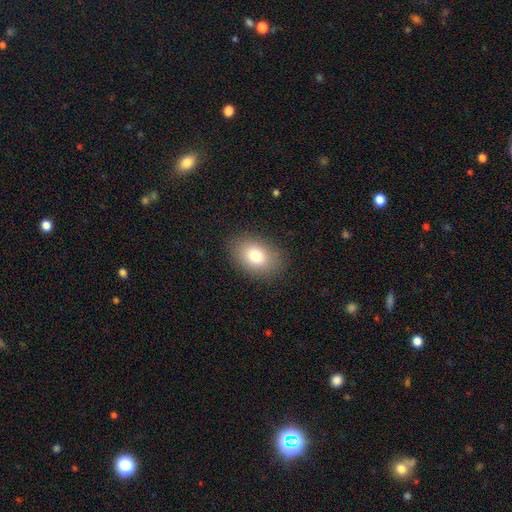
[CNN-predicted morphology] Overall: smooth (79%). How rounded: in between (80%). Merging: none (86%).